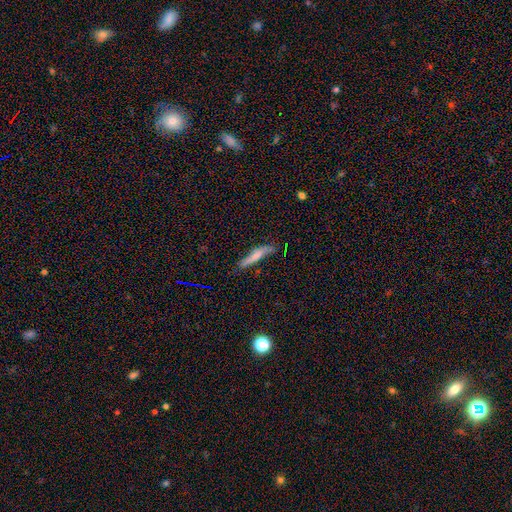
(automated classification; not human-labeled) Smooth or featured: smooth — 63% (featured or disk — 30%)
How rounded: cigar-shaped — 90% (in between — 9%)
Merging: none — 61% (minor disturbance — 27%)